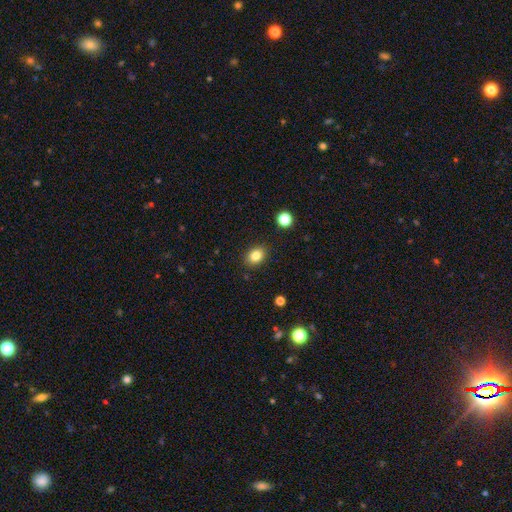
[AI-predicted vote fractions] This is clearly a smooth galaxy (83%). How rounded: likely in between (63%). Merging: clearly none (89%).